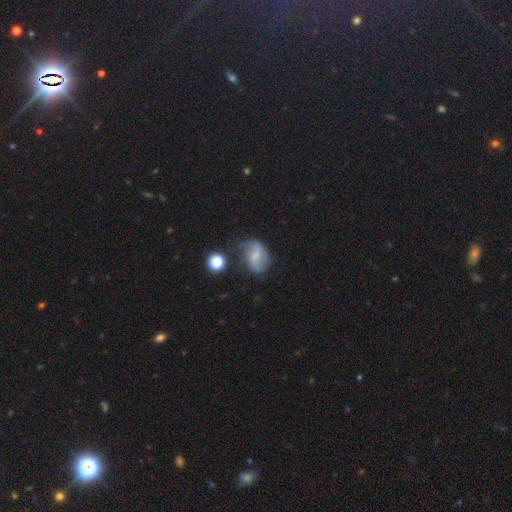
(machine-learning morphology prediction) This is possibly a featured or disk galaxy (60%). It is clearly not viewed edge-on (97%). Bar: possibly weak (49%). Spiral arm pattern: clearly yes (82%). Central bulge: possibly small (54%). Merging: possibly none (48%).